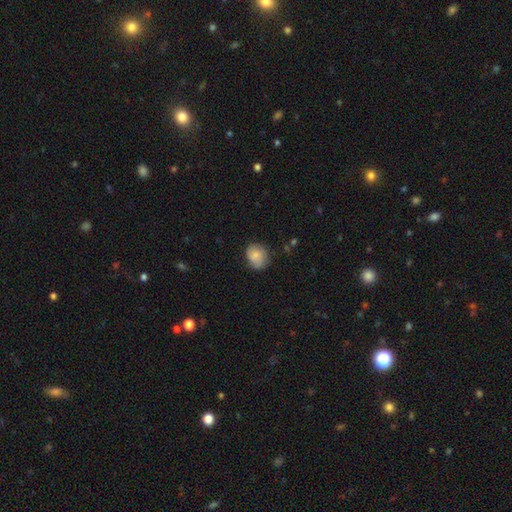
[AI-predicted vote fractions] smooth 79%, featured or disk 14%, star or artifact 7%. Down the decision tree: how rounded — round (61%); merging — none (66%).